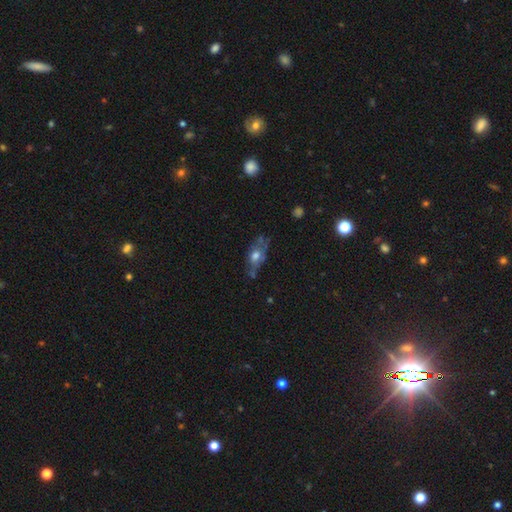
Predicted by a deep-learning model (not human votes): Smooth or featured? smooth (52%)
How rounded? in between (80%)
Merging? none (45%)